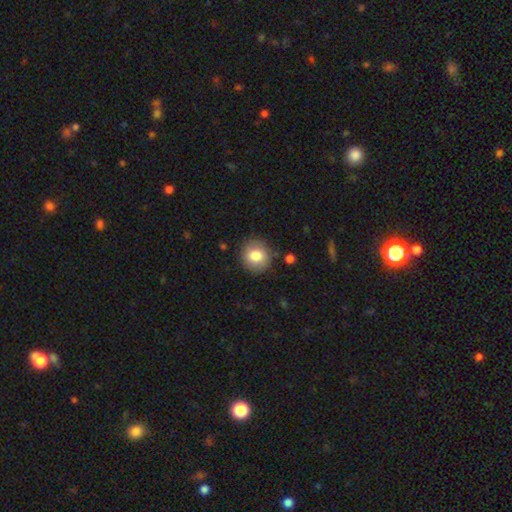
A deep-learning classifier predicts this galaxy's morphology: smooth 81%, featured or disk 11%, star or artifact 8%. Down the decision tree: how rounded — round (88%); merging — none (86%).